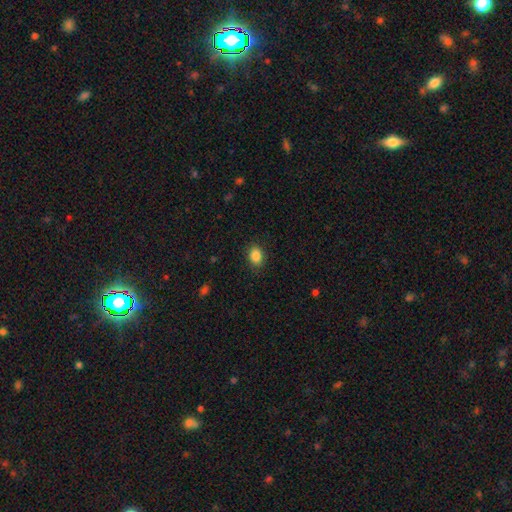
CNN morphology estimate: Smooth or featured: smooth — 87% (star or artifact — 9%)
How rounded: in between — 67% (round — 32%)
Merging: none — 87% (minor disturbance — 9%)